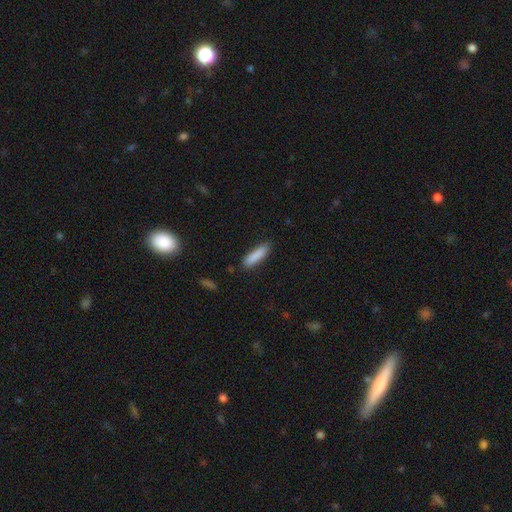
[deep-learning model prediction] Smooth or featured? Predicted: smooth (p=0.86). How rounded? Predicted: cigar-shaped (p=0.71). Merging? Predicted: none (p=0.82).